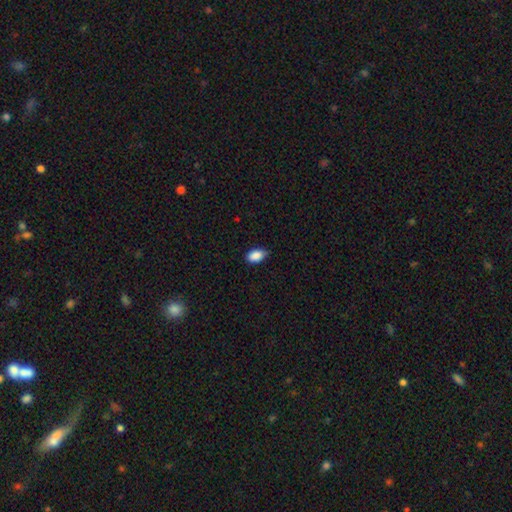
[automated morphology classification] Smooth or featured? smooth (89%)
How rounded? in between (90%)
Merging? none (69%)